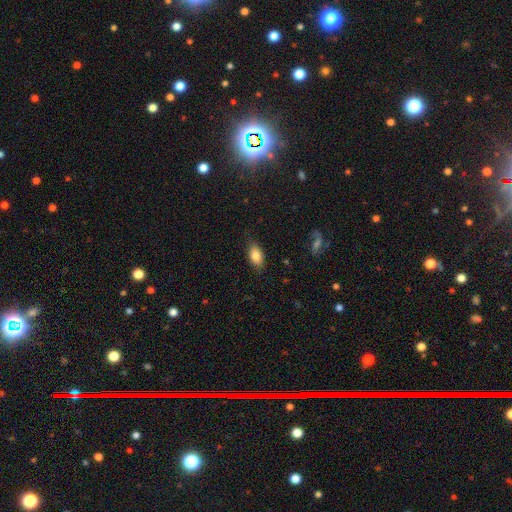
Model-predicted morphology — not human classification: A smooth galaxy with no disk features (83%) that is in between round and cigar-shaped (90%). Merging: none (81%).